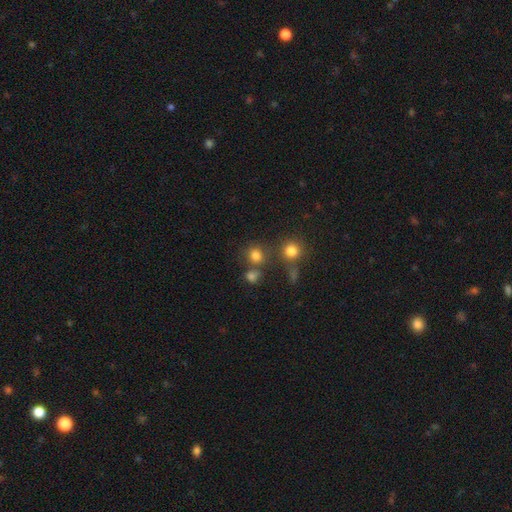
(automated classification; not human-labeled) smooth 77%, star or artifact 16%, featured or disk 7%. Down the decision tree: how rounded — round (83%); merging — none (64%).